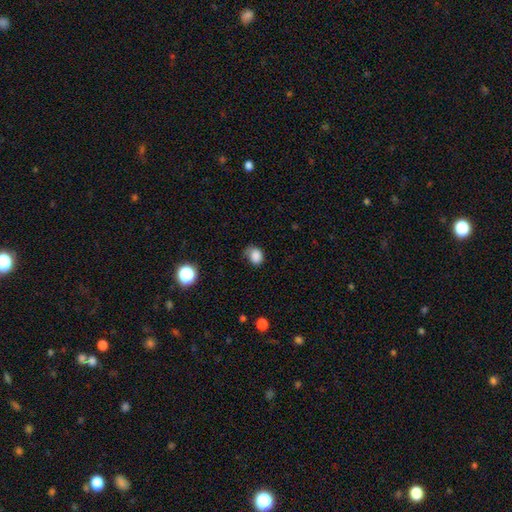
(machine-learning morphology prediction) Overall: smooth (84%). How rounded: in between (51%; round 48%). Merging: none (51%; minor disturbance 33%).